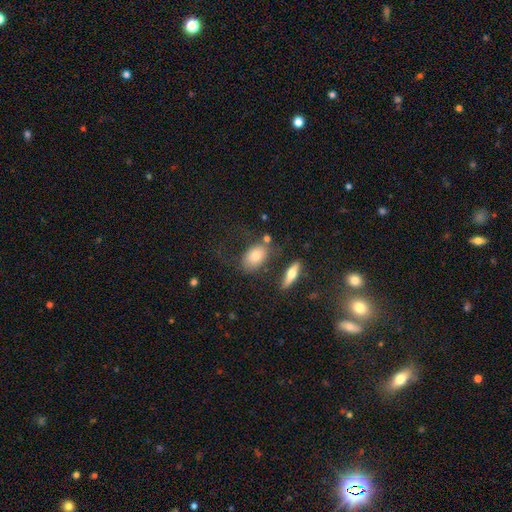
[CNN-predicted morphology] type=smooth (73%); roundness=in between (87%); merging=none (56%).